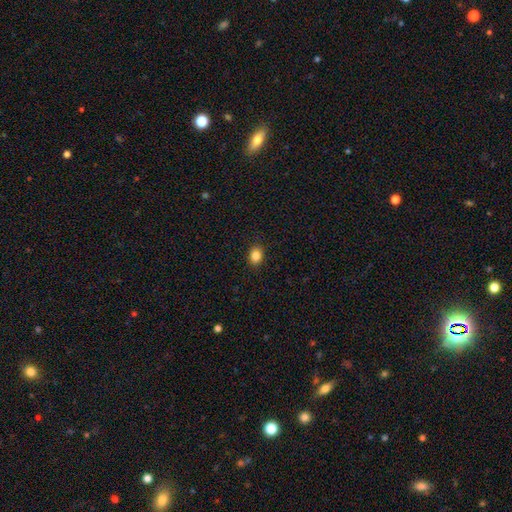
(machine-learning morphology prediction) This is clearly a smooth galaxy (85%). How rounded: likely in between (61%). Merging: clearly none (90%).